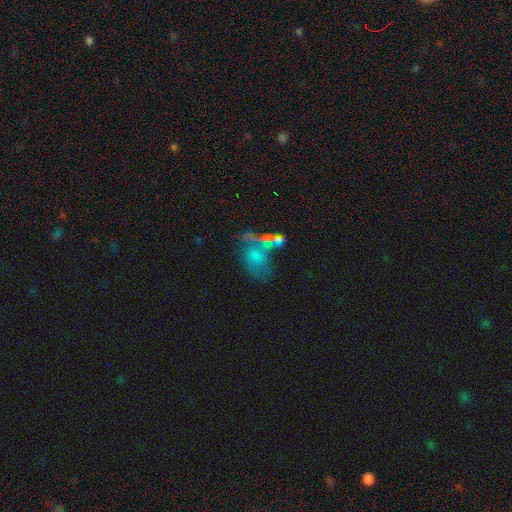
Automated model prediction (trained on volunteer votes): smooth-or-featured: smooth: 48% | featured or disk: 30% | star or artifact: 22%
  merging: none: 35% | merger: 24% | major disturbance: 21% | minor disturbance: 20%